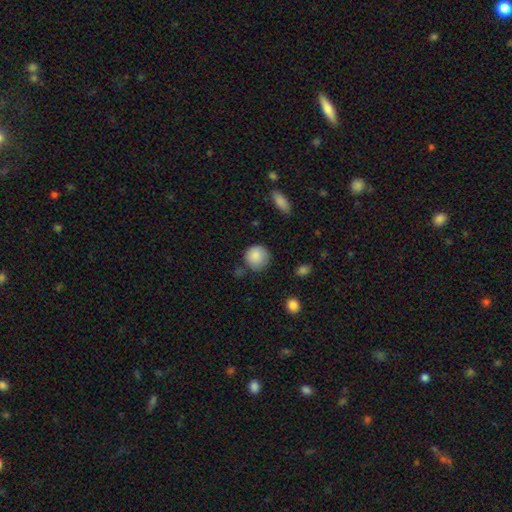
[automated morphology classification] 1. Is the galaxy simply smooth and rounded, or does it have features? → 87% smooth, 8% star or artifact, 6% featured or disk.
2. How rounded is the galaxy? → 91% round, 8% in between, 1% cigar-shaped.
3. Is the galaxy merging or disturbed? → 74% none, 19% minor disturbance, 4% major disturbance, 3% merger.